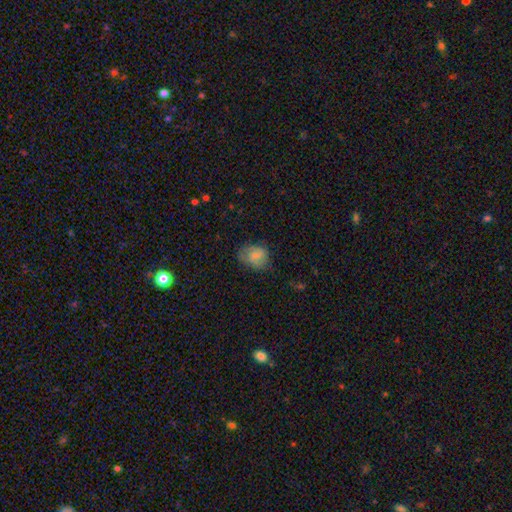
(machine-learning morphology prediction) A smooth galaxy with no disk features (72%) that is in between round and cigar-shaped (56%). Merging: none (60%).